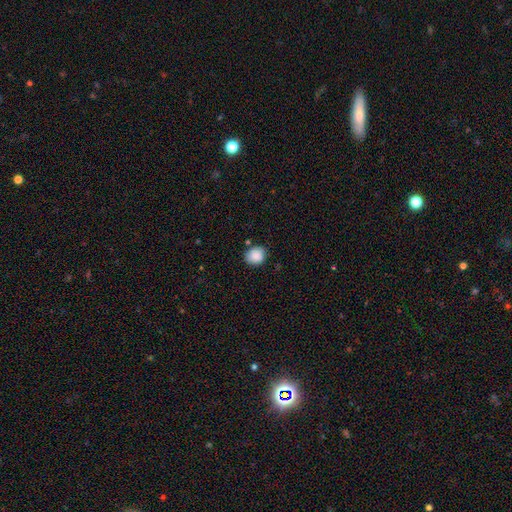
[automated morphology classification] Smooth or featured? Predicted: smooth (p=0.88). How rounded? Predicted: round (p=0.72). Merging? Predicted: none (p=0.74).